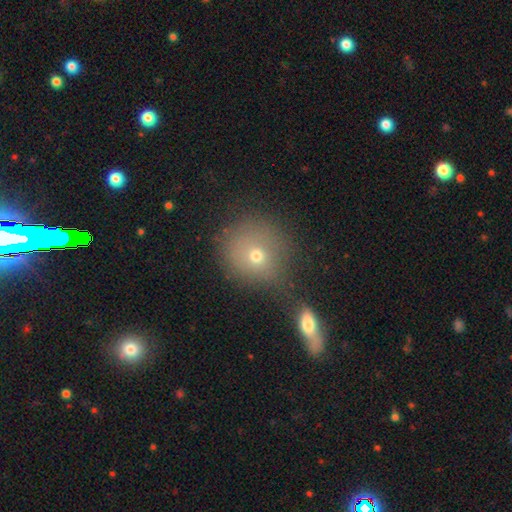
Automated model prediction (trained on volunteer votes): Morphology: type=smooth (66%); roundness=round (86%); merging=none (59%).